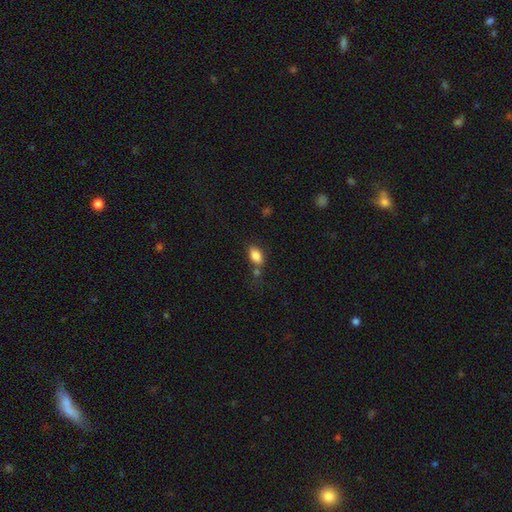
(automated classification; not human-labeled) A smooth galaxy with no disk features (84%) that is in between round and cigar-shaped (88%).

Vote fractions:
- Smooth or featured? smooth: 84% / star or artifact: 9% / featured or disk: 7%
- How rounded? in between: 88% / round: 9% / cigar-shaped: 3%
- Merging? none: 63% / minor disturbance: 16% / merger: 15% / major disturbance: 6%